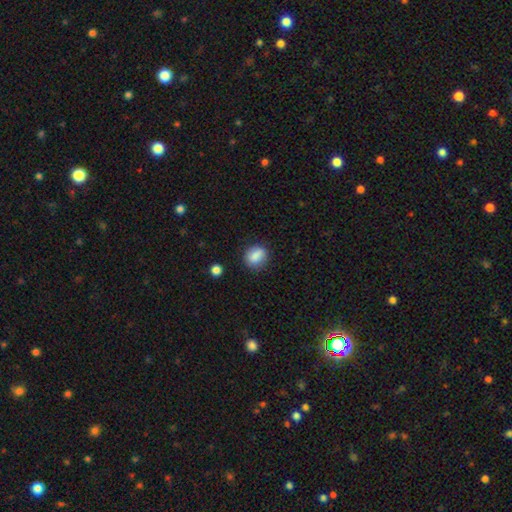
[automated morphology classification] Smooth or featured?
  - smooth: 86% *
  - star or artifact: 9%
  - featured or disk: 5%
How rounded?
  - round: 52% *
  - in between: 46%
  - cigar-shaped: 2%
Merging?
  - none: 81% *
  - minor disturbance: 14%
  - major disturbance: 3%
  - merger: 2%